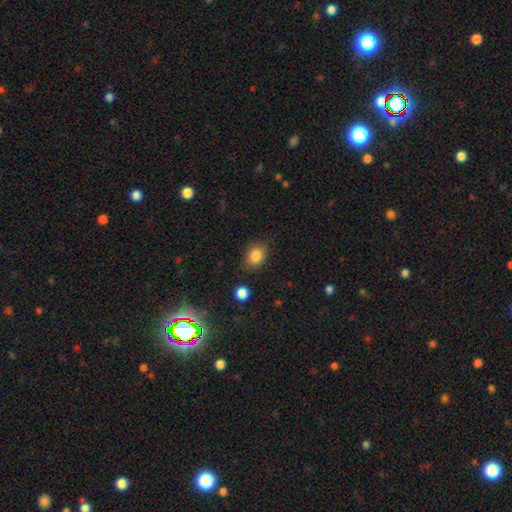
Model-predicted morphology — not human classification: smooth 84%, star or artifact 10%, featured or disk 6%. Down the decision tree: how rounded — in between (56%); merging — none (79%).